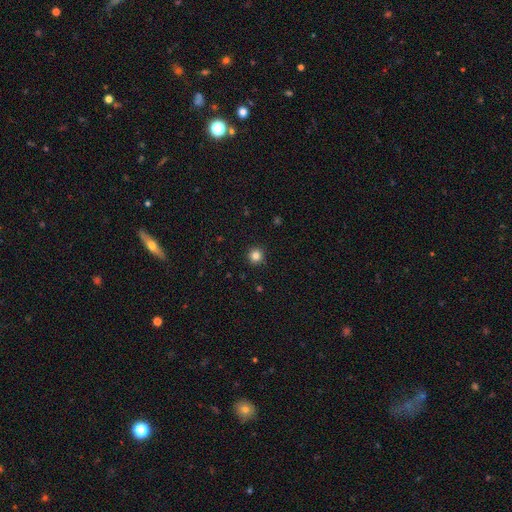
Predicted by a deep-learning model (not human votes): smooth_or_featured: smooth (p=0.83) [alt: star or artifact p=0.12]
how_rounded: round (p=0.95) [alt: in between p=0.04]
merging: none (p=0.92) [alt: minor disturbance p=0.05]